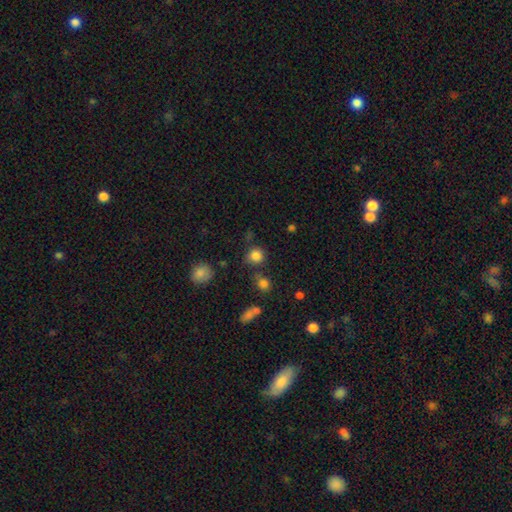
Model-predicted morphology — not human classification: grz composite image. It shows a smooth galaxy with no disk features (82%) that is round (88%). Merging: none (73%).